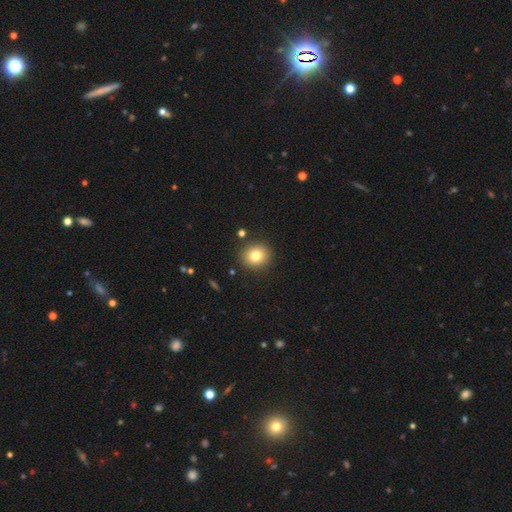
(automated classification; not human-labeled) Smooth or featured: smooth — 79% (star or artifact — 11%)
How rounded: round — 83% (in between — 16%)
Merging: none — 89% (minor disturbance — 7%)